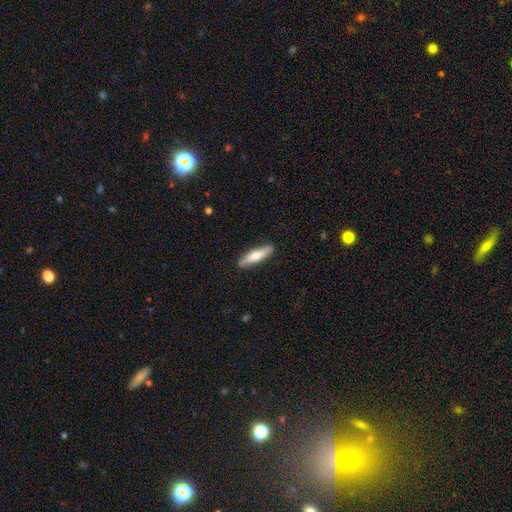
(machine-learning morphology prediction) smooth-or-featured: smooth: 66% | featured or disk: 29% | star or artifact: 5%
  how-rounded: cigar-shaped: 76% | in between: 23% | round: 2%
  merging: none: 88% | minor disturbance: 9% | major disturbance: 2% | merger: 1%